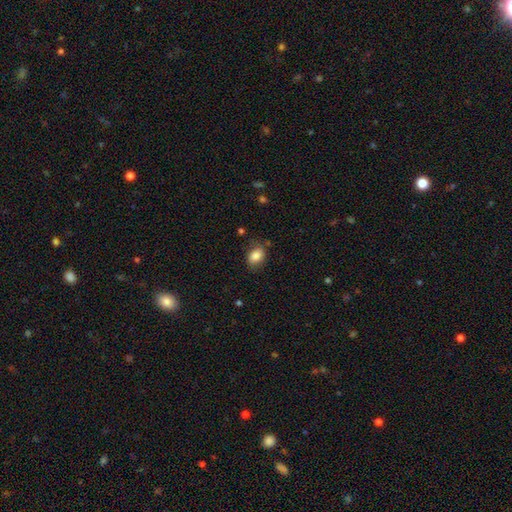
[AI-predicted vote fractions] This is clearly a smooth galaxy (84%). How rounded: likely in between (75%). Merging: likely none (72%).